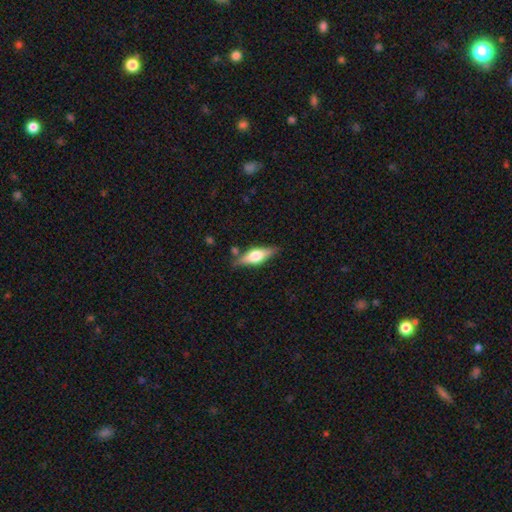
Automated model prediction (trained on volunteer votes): This appears to be a featured or disk galaxy (55%) viewed edge-on (93%) with a rounded central bulge (92%). Merging: none (81%).